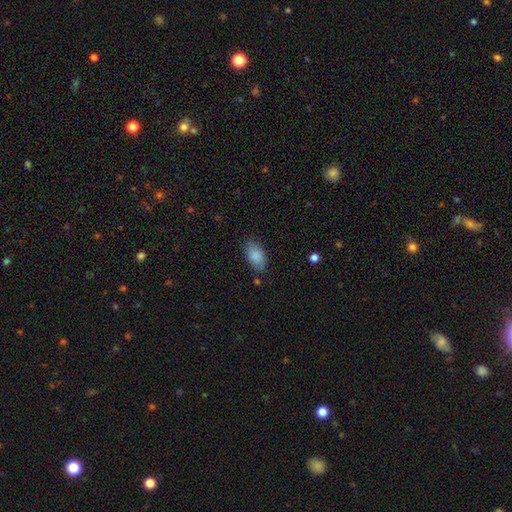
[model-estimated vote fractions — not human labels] Smooth or featured?
  - smooth: 87% *
  - star or artifact: 7%
  - featured or disk: 6%
How rounded?
  - in between: 93% *
  - round: 5%
  - cigar-shaped: 2%
Merging?
  - none: 79% *
  - minor disturbance: 15%
  - major disturbance: 4%
  - merger: 2%